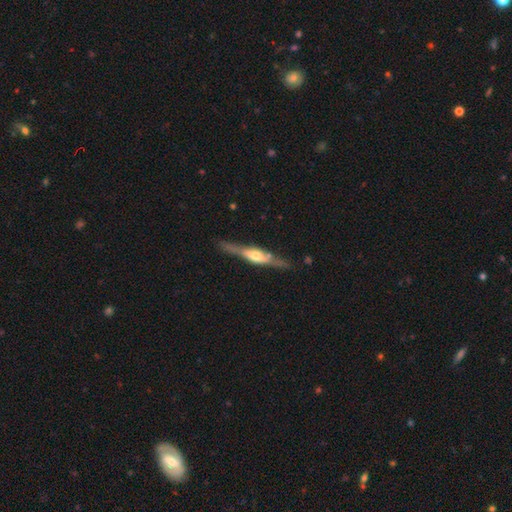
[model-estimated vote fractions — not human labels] Smooth or featured: featured or disk — 75% (smooth — 21%)
Edge-on disk: yes — 95% (no — 5%)
Edge-on bulge: rounded — 81% (boxy — 15%)
Merging: none — 82% (minor disturbance — 13%)